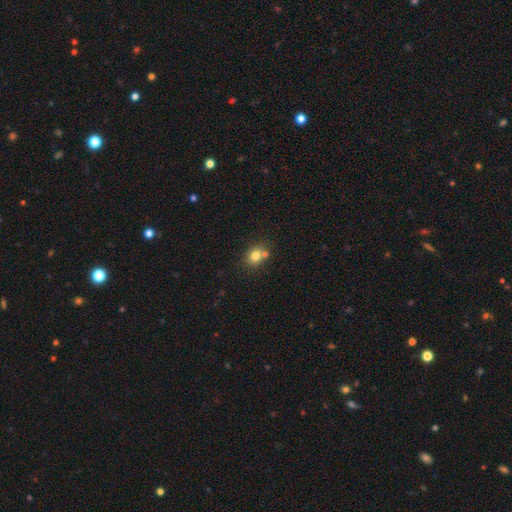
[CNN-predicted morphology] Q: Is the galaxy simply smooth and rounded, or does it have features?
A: smooth — 79%.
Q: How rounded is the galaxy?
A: round — 60%.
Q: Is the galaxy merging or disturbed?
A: none — 61%.